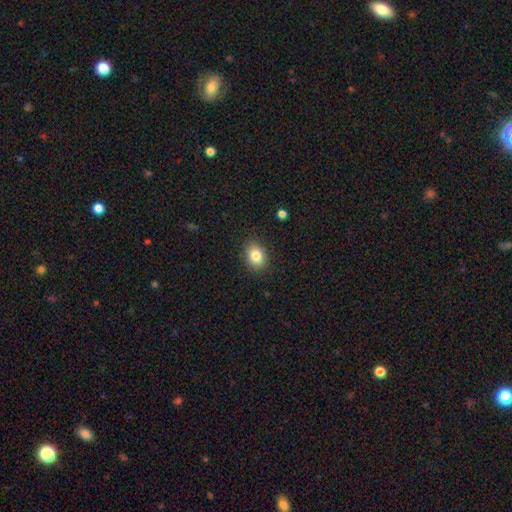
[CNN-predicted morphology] Q: Smooth or featured?
A: smooth (82%); runner-up: star or artifact (10%)
Q: How rounded?
A: in between (64%); runner-up: round (35%)
Q: Merging?
A: none (87%); runner-up: minor disturbance (9%)